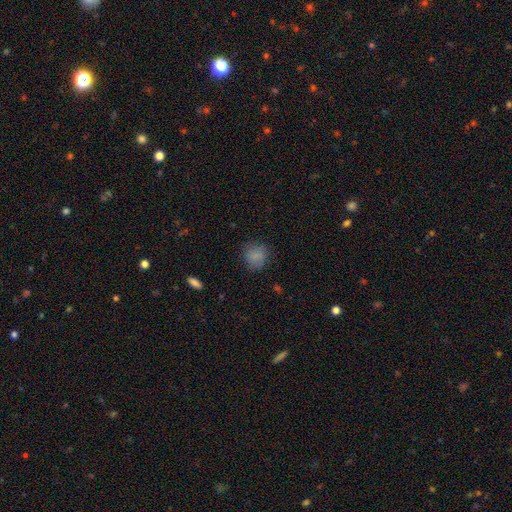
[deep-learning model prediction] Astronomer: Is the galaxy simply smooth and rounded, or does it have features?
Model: smooth — 82%.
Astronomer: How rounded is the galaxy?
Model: round — 79%.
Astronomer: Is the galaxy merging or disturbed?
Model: none — 77%.